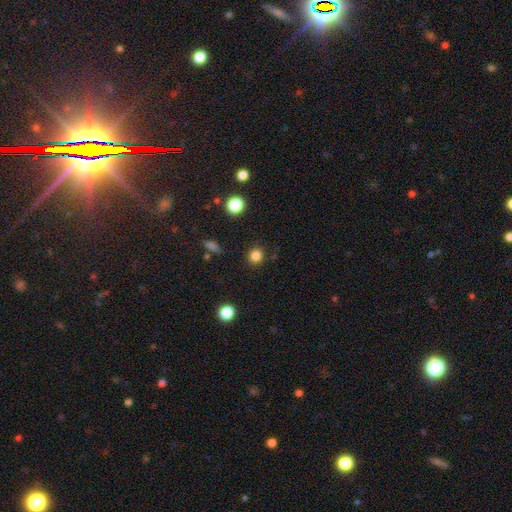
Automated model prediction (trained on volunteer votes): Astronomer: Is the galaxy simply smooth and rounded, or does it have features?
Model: smooth — 83%.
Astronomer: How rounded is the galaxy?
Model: round — 88%.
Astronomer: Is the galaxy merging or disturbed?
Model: none — 89%.